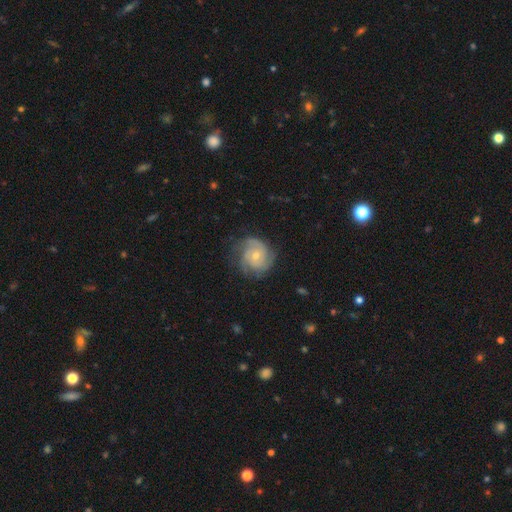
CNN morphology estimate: This appears to be a featured or disk galaxy (77%) with no bar (71%), 2 (30%) tight (57%) spiral arms (93%) and a small central bulge (54%). Merging: none (68%).